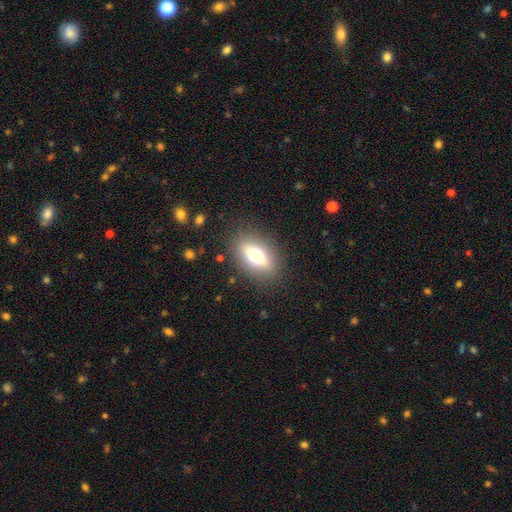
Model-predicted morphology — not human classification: Smooth or featured: smooth — 70% (featured or disk — 21%)
How rounded: in between — 80% (cigar-shaped — 12%)
Merging: none — 85% (minor disturbance — 10%)